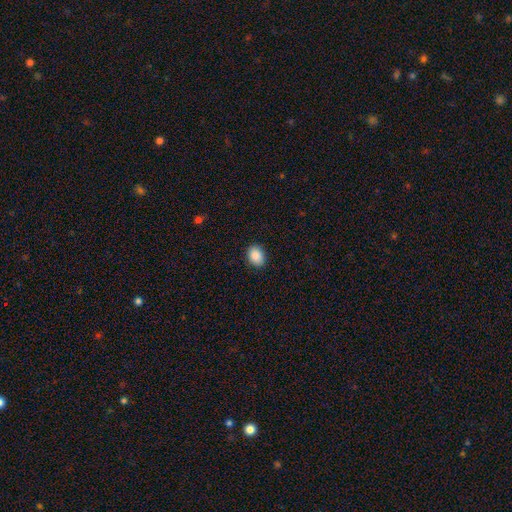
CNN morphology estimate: Smooth or featured?
  - smooth: 89% *
  - star or artifact: 8%
  - featured or disk: 3%
How rounded?
  - in between: 68% *
  - round: 31%
  - cigar-shaped: 1%
Merging?
  - none: 89% *
  - minor disturbance: 8%
  - major disturbance: 2%
  - merger: 1%